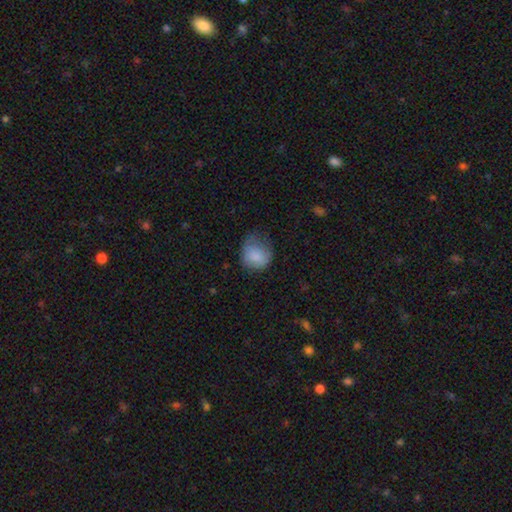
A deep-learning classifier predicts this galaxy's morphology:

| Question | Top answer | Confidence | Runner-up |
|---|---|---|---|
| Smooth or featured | smooth | 83% | featured or disk (10%) |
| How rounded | round | 71% | in between (28%) |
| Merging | none | 46% | minor disturbance (36%) |